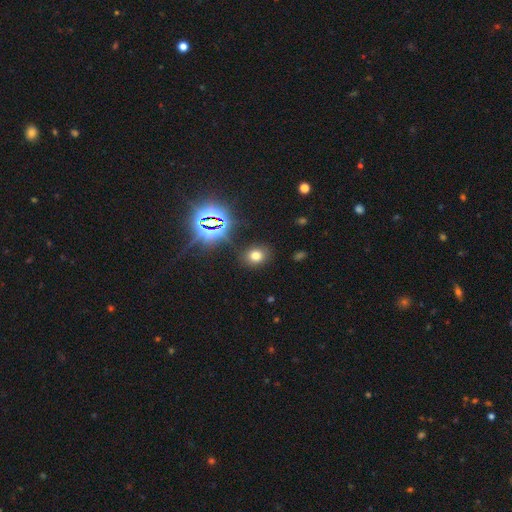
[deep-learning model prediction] Smooth or featured? smooth (67%)
How rounded? round (60%)
Merging? none (85%)